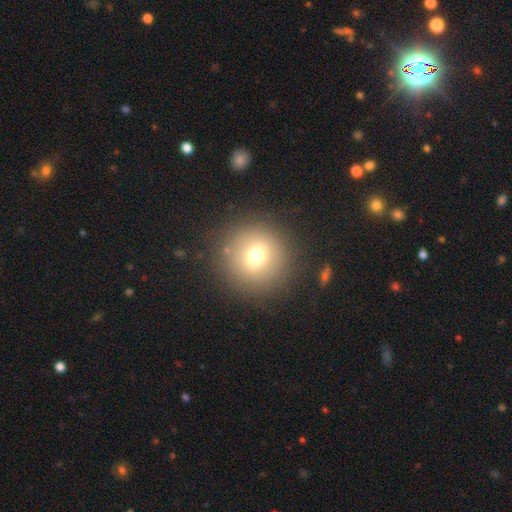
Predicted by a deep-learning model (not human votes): Smooth or featured: smooth — 69% (featured or disk — 16%)
How rounded: round — 95% (in between — 5%)
Merging: none — 87% (minor disturbance — 7%)